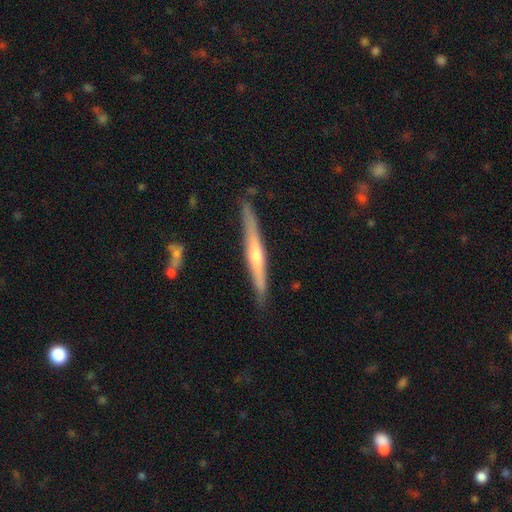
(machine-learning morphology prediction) Smooth or featured? featured or disk (71%)
Edge-on disk? yes (97%)
Edge-on bulge? rounded (74%)
Merging? none (87%)